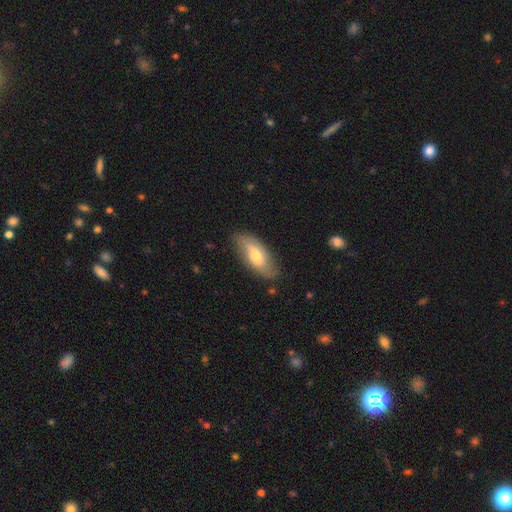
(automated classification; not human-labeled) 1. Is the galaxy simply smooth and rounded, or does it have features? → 54% smooth, 40% featured or disk, 6% star or artifact.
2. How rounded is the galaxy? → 82% in between, 15% cigar-shaped, 3% round.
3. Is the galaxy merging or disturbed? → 78% none, 17% minor disturbance, 4% major disturbance, 2% merger.